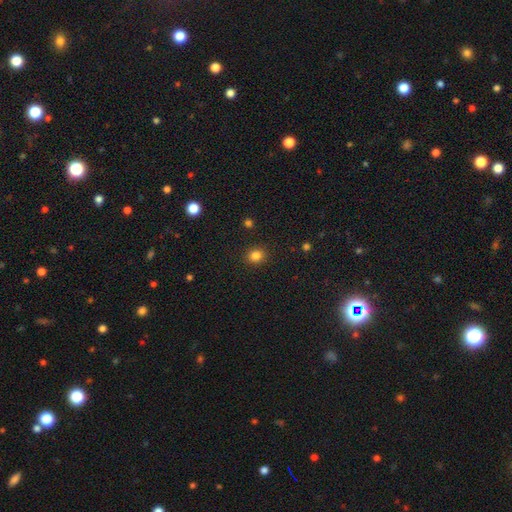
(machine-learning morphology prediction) smooth-or-featured: smooth: 83% | star or artifact: 13% | featured or disk: 4%
  how-rounded: round: 80% | in between: 19% | cigar-shaped: 1%
  merging: none: 90% | minor disturbance: 7% | major disturbance: 2% | merger: 1%